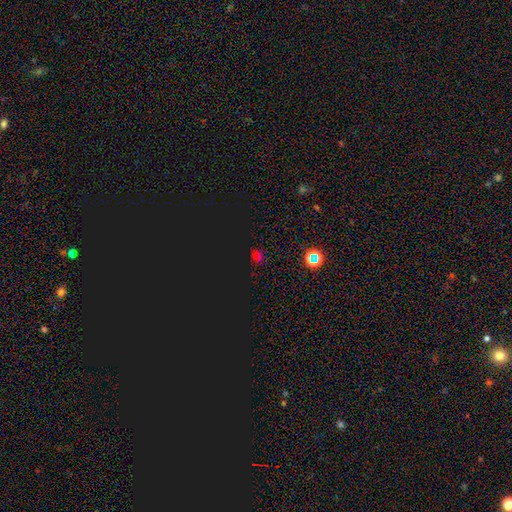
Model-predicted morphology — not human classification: Smooth or featured: star or artifact — 69% (smooth — 24%)